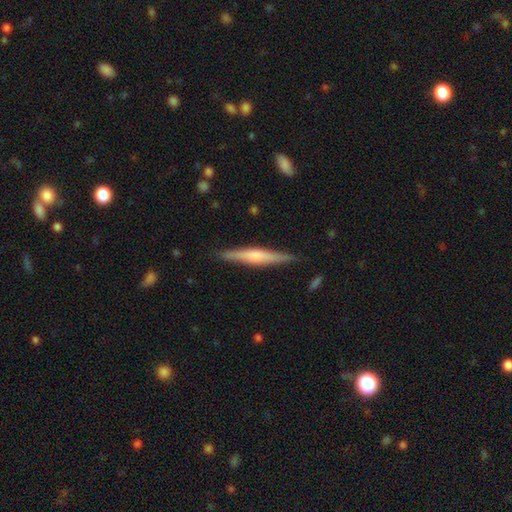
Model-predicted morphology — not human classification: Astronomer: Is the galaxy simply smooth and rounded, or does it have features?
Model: featured or disk — 59% (runner-up: smooth, 35%).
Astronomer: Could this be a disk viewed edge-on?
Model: yes — 97%.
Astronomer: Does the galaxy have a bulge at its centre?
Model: rounded — 63%.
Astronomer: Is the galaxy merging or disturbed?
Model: none — 88%.